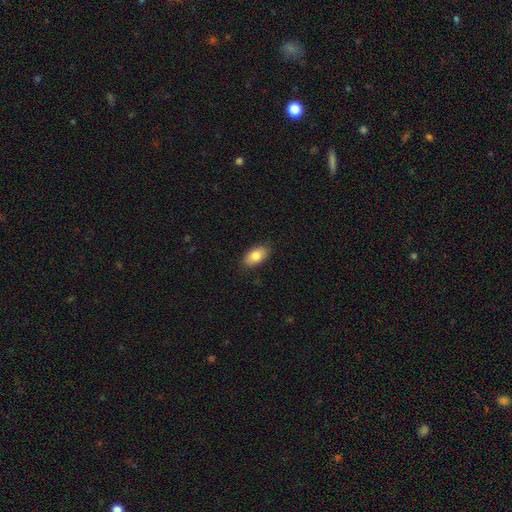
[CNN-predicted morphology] smooth_or_featured: smooth (p=0.82) [alt: featured or disk p=0.12]
how_rounded: in between (p=0.92) [alt: round p=0.04]
merging: none (p=0.86) [alt: minor disturbance p=0.11]